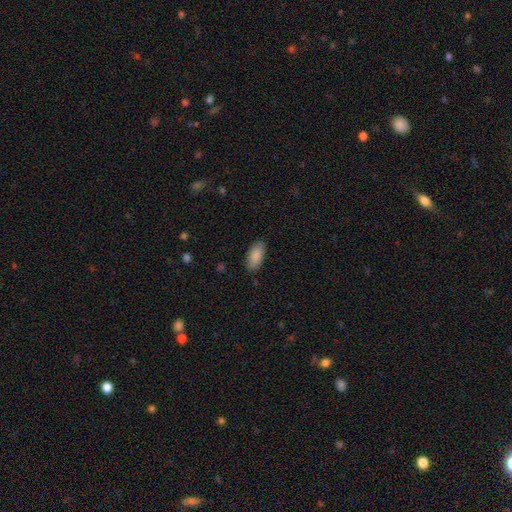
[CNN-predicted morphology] Smooth or featured? Predicted: smooth (p=0.88). How rounded? Predicted: in between (p=0.91). Merging? Predicted: none (p=0.87).